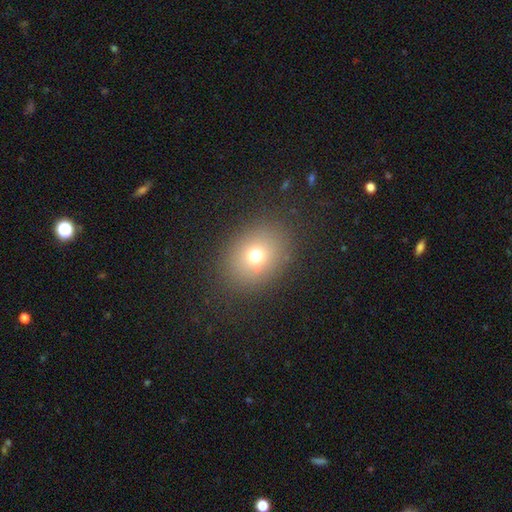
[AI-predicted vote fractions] A smooth galaxy with no disk features (71%) that is round (51%).

Vote fractions:
- Smooth or featured? smooth: 71% / star or artifact: 17% / featured or disk: 13%
- How rounded? round: 51% / in between: 48% / cigar-shaped: 1%
- Merging? none: 85% / minor disturbance: 9% / major disturbance: 5% / merger: 1%